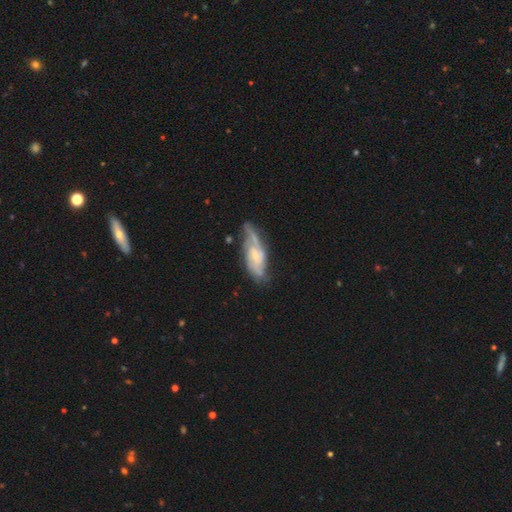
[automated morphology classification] This appears to be a featured or disk galaxy (77%) with no bar (55%), 2 (54%) medium (44%) spiral arms (90%) and a small central bulge (57%). Merging: none (53%).